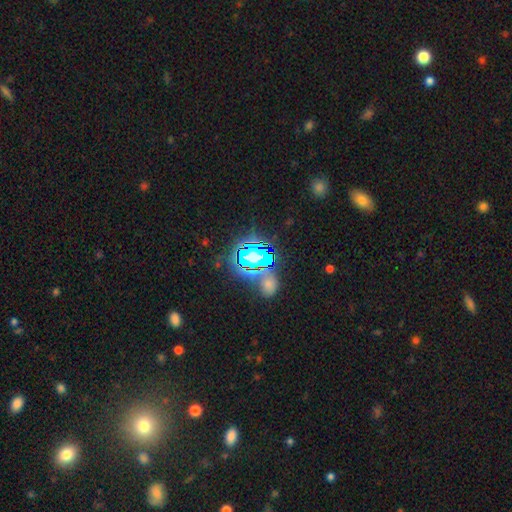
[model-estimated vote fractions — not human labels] Smooth or featured?
  - star or artifact: 71% *
  - smooth: 19%
  - featured or disk: 10%